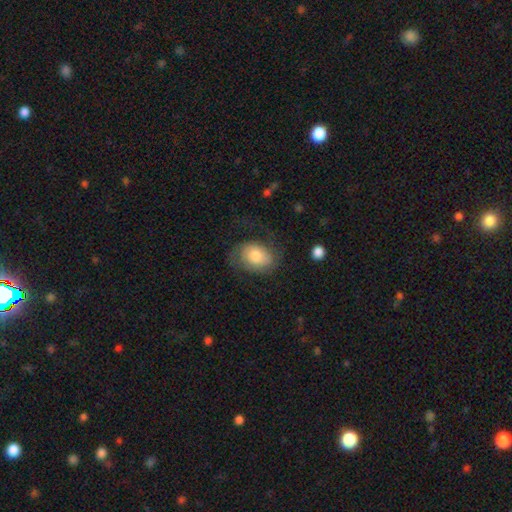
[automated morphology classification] Smooth or featured?
  - smooth: 57% *
  - featured or disk: 35%
  - star or artifact: 7%
How rounded?
  - in between: 74% *
  - round: 25%
  - cigar-shaped: 1%
Merging?
  - none: 56% *
  - minor disturbance: 22%
  - major disturbance: 20%
  - merger: 2%